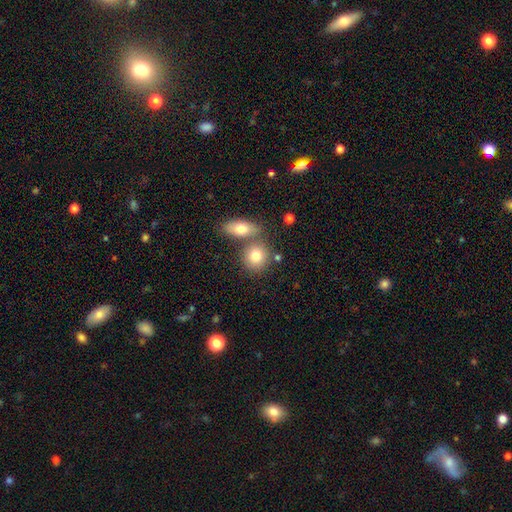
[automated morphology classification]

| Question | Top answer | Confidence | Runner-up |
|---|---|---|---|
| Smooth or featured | smooth | 80% | featured or disk (13%) |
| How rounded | round | 70% | in between (28%) |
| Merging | none | 57% | merger (30%) |